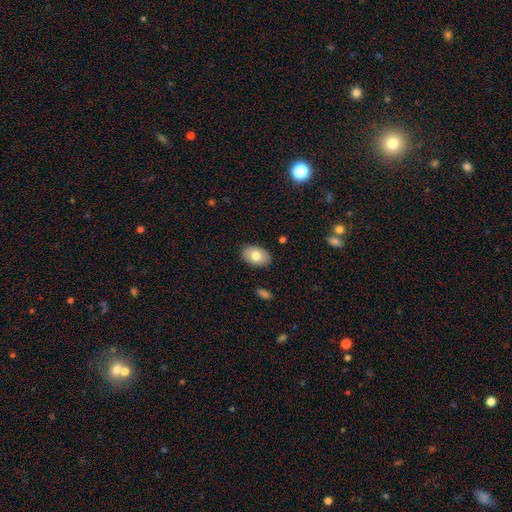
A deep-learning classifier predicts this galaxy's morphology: The model was most divided on "smooth or featured": smooth: 76%, featured or disk: 17%, star or artifact: 7%. More confident: how rounded — in between (90%); merging — none (88%).